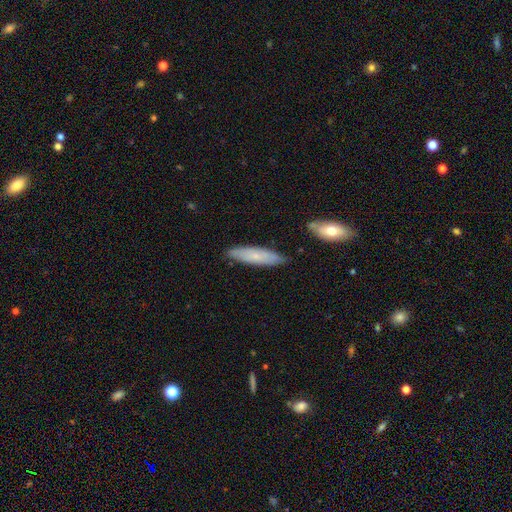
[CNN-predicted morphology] Smooth or featured: smooth — 64% (featured or disk — 30%)
How rounded: cigar-shaped — 66% (in between — 32%)
Merging: none — 82% (minor disturbance — 13%)